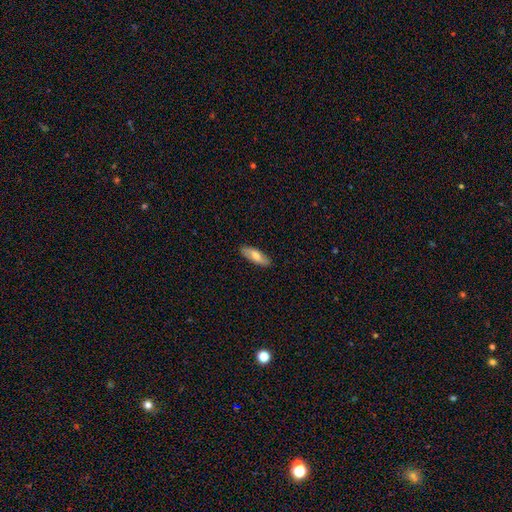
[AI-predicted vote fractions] A smooth galaxy with no disk features (66%) that is in between round and cigar-shaped (69%).

Vote fractions:
- Smooth or featured? smooth: 66% / featured or disk: 28% / star or artifact: 6%
- How rounded? in between: 69% / cigar-shaped: 29% / round: 2%
- Merging? none: 87% / minor disturbance: 10% / major disturbance: 2% / merger: 1%